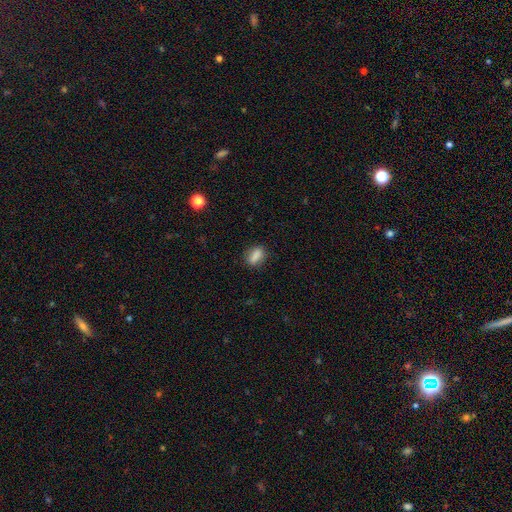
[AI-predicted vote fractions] smooth_or_featured: smooth (p=0.83) [alt: star or artifact p=0.08]
how_rounded: in between (p=0.72) [alt: cigar-shaped p=0.16]
merging: none (p=0.83) [alt: minor disturbance p=0.12]